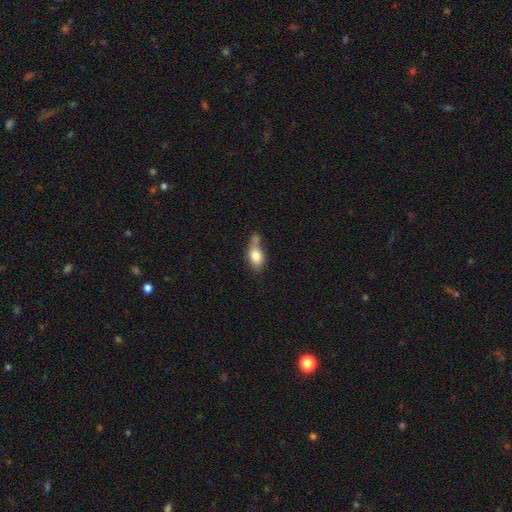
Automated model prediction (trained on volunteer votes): smooth-or-featured: smooth: 78% | featured or disk: 14% | star or artifact: 8%
  how-rounded: in between: 81% | round: 15% | cigar-shaped: 5%
  merging: none: 36% | merger: 35% | minor disturbance: 21% | major disturbance: 8%